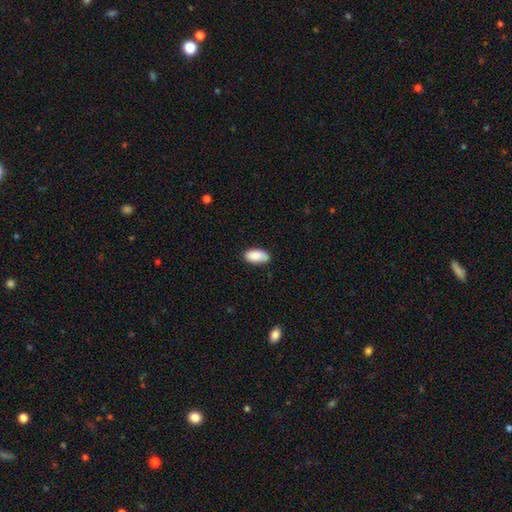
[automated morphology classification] Q: Smooth or featured?
A: smooth (90%); runner-up: star or artifact (6%)
Q: How rounded?
A: in between (94%); runner-up: cigar-shaped (4%)
Q: Merging?
A: none (82%); runner-up: minor disturbance (14%)